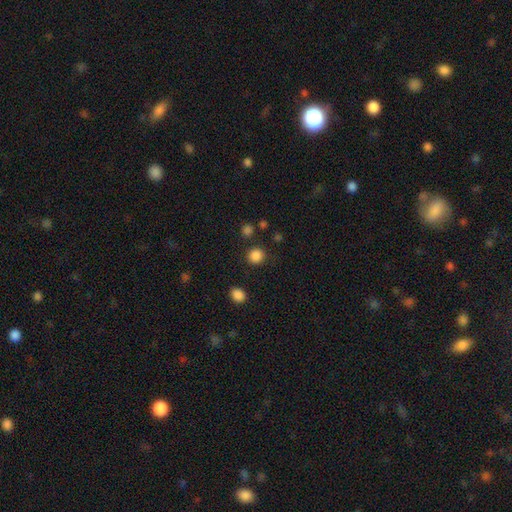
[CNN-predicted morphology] A smooth galaxy with no disk features (86%) that is round (88%). Merging: none (86%).